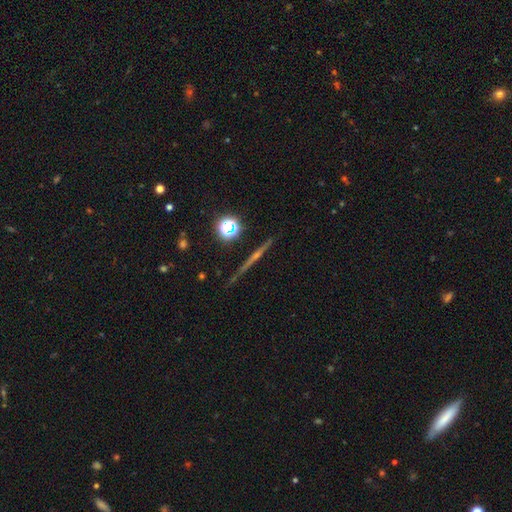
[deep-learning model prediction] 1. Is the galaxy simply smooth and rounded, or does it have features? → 70% featured or disk, 16% smooth, 14% star or artifact.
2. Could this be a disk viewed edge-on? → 97% yes, 3% no.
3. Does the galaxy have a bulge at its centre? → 59% rounded, 34% none, 8% boxy.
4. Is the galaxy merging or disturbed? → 89% none, 7% minor disturbance, 2% major disturbance, 2% merger.